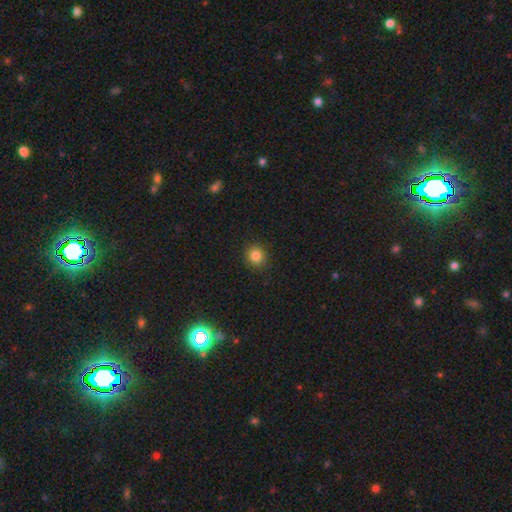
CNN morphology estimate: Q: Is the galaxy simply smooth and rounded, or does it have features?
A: smooth — 84%.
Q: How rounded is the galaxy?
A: round — 84%.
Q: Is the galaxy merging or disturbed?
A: none — 88%.